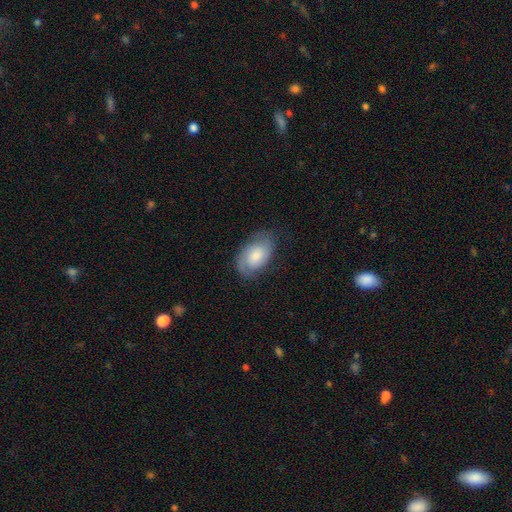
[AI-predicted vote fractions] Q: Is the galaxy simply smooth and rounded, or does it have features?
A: smooth — 57%.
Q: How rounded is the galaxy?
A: in between — 91%.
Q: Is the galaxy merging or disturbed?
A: none — 69%.